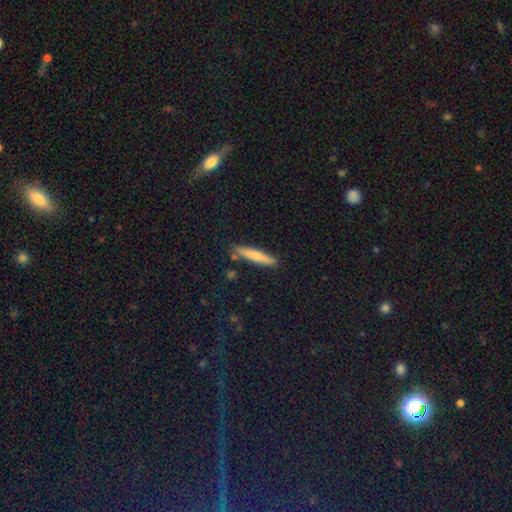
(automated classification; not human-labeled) This is likely a smooth galaxy (73%). How rounded: clearly cigar-shaped (91%). Merging: clearly none (85%).